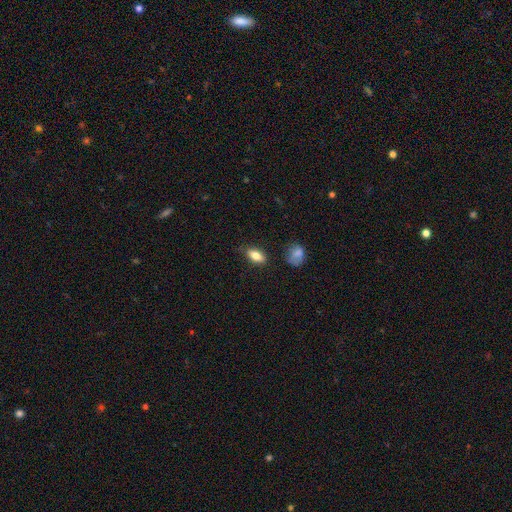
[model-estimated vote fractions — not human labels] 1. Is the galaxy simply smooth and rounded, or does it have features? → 79% smooth, 13% featured or disk, 8% star or artifact.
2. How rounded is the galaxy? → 86% in between, 9% cigar-shaped, 5% round.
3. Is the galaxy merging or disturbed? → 78% none, 16% minor disturbance, 3% major disturbance, 3% merger.